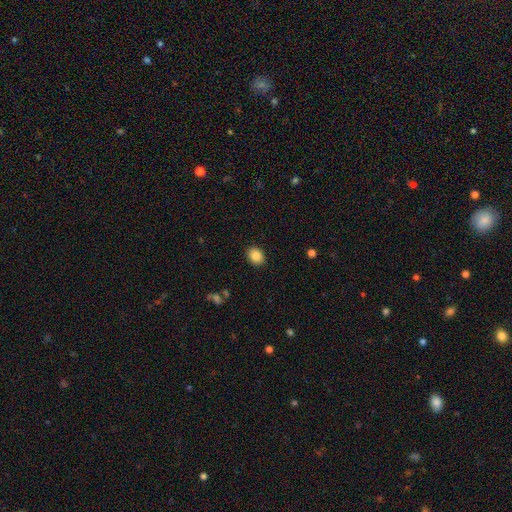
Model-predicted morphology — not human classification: This appears to be a smooth galaxy with no disk features (86%) that is in between round and cigar-shaped (54%). Merging: none (90%).